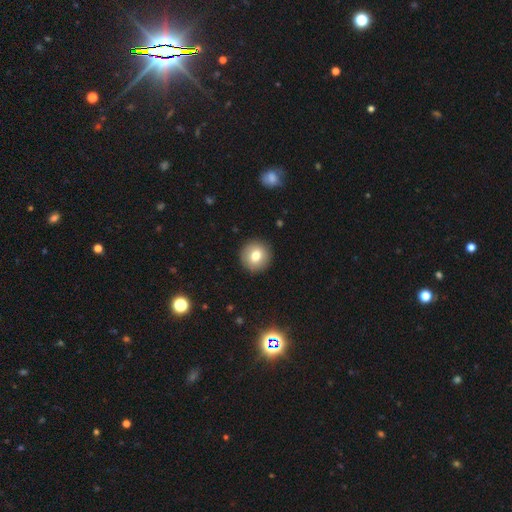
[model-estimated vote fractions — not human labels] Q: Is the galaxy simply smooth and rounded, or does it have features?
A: smooth — 77%.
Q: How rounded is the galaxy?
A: round — 94%.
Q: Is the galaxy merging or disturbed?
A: none — 92%.